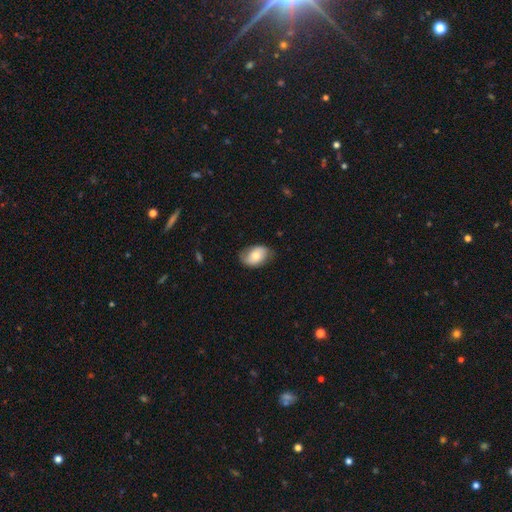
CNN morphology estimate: Smooth or featured: smooth — 71% (featured or disk — 23%)
How rounded: in between — 84% (round — 15%)
Merging: none — 69% (minor disturbance — 24%)